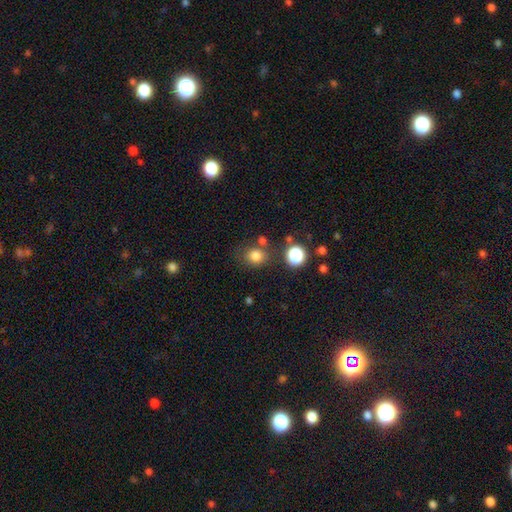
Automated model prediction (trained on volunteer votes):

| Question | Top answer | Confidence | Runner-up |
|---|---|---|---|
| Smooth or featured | smooth | 79% | star or artifact (14%) |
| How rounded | round | 70% | in between (30%) |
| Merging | none | 69% | minor disturbance (14%) |